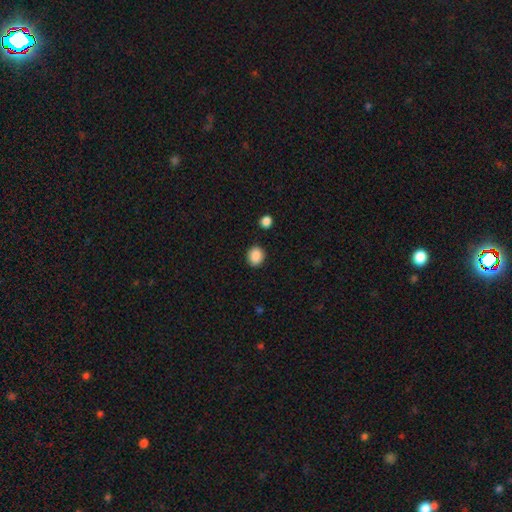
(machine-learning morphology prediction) The model was most divided on "how rounded": round: 70%, in between: 29%, cigar-shaped: 1%. More confident: smooth or featured — smooth (88%); merging — none (88%).